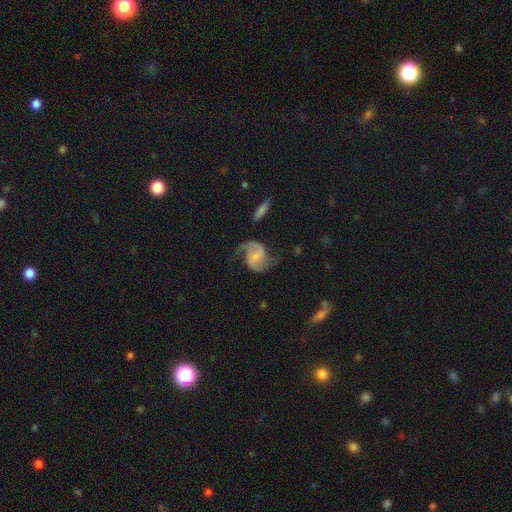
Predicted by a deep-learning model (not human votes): Smooth or featured? Predicted: featured or disk (p=0.85). Edge-on disk? Predicted: no (p=0.98). Bar? Predicted: no (p=0.46). Spiral arms? Predicted: yes (p=0.97). Spiral winding? Predicted: medium (p=0.45). Spiral arm count? Predicted: 2 (p=0.90). Bulge size? Predicted: small (p=0.53). Merging? Predicted: none (p=0.65).